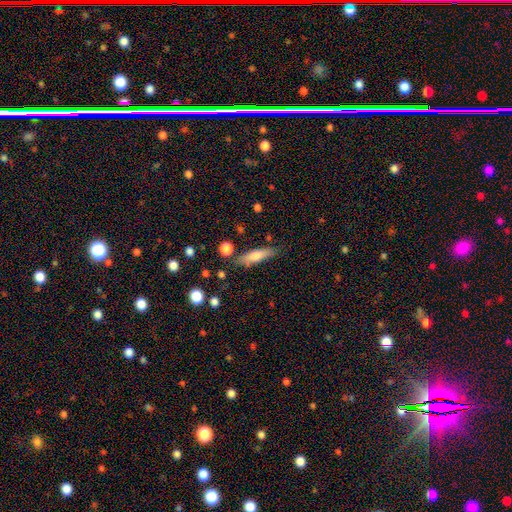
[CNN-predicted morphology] smooth_or_featured: smooth (p=0.67) [alt: featured or disk p=0.26]
how_rounded: cigar-shaped (p=0.69) [alt: in between p=0.29]
merging: none (p=0.80) [alt: minor disturbance p=0.13]